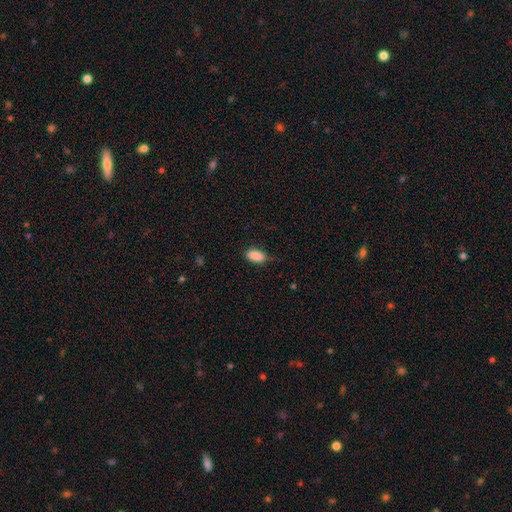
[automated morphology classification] A smooth galaxy with no disk features (88%) that is in between round and cigar-shaped (91%).

Vote fractions:
- Smooth or featured? smooth: 88% / star or artifact: 8% / featured or disk: 4%
- How rounded? in between: 91% / cigar-shaped: 6% / round: 4%
- Merging? none: 68% / minor disturbance: 25% / major disturbance: 5% / merger: 1%